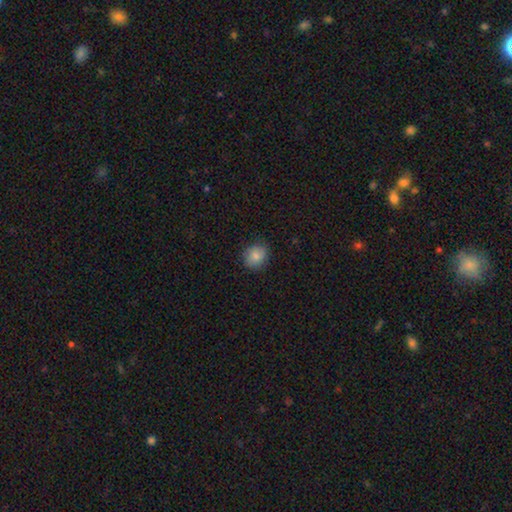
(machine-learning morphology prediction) Smooth or featured? smooth (85%)
How rounded? round (69%)
Merging? none (85%)